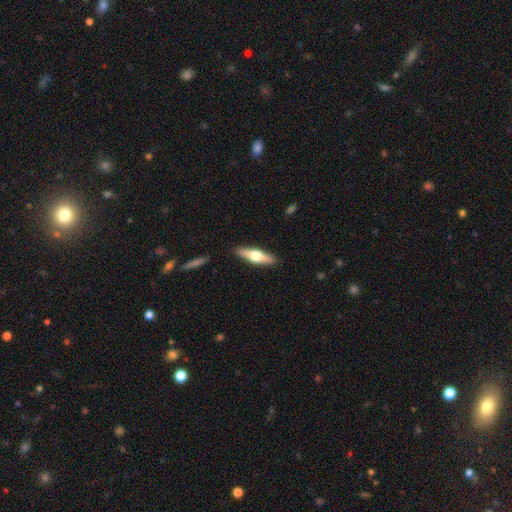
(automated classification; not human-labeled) smooth-or-featured: smooth: 48% | featured or disk: 47% | star or artifact: 5%
  merging: none: 89% | minor disturbance: 8% | major disturbance: 2% | merger: 1%